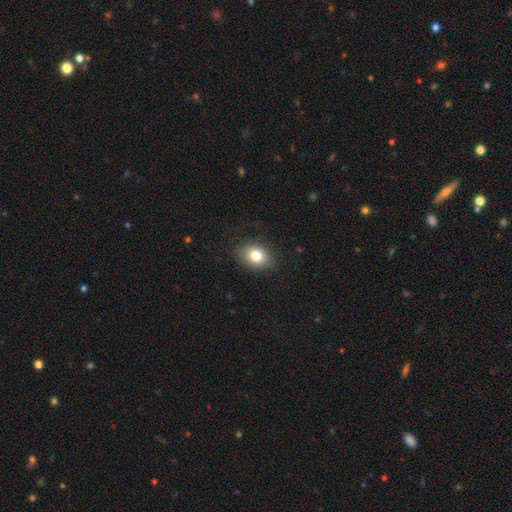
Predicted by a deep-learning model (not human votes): Q: Smooth or featured?
A: smooth (80%); runner-up: star or artifact (10%)
Q: How rounded?
A: in between (55%); runner-up: round (44%)
Q: Merging?
A: none (84%); runner-up: minor disturbance (11%)